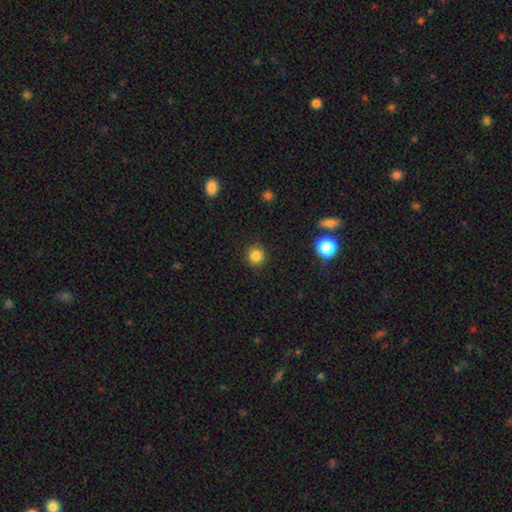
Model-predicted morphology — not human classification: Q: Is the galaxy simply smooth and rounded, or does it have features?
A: smooth — 85%.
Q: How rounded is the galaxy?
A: round — 93%.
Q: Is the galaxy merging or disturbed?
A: none — 91%.